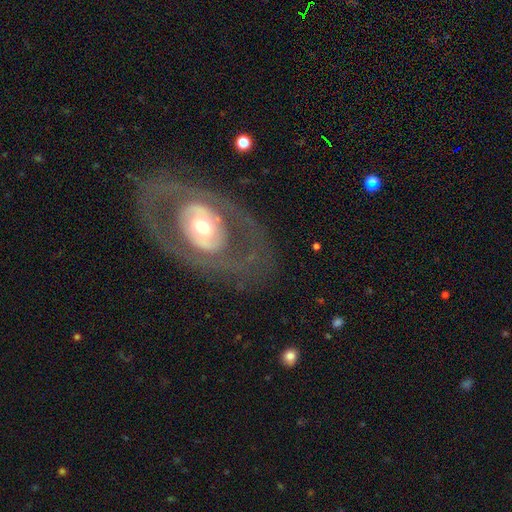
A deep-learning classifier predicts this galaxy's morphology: Smooth or featured? Predicted: featured or disk (p=0.75). Edge-on disk? Predicted: no (p=0.93). Bar? Predicted: no (p=0.71). Spiral arms? Predicted: no (p=0.61). Bulge size? Predicted: moderate (p=0.58). Merging? Predicted: none (p=0.79).